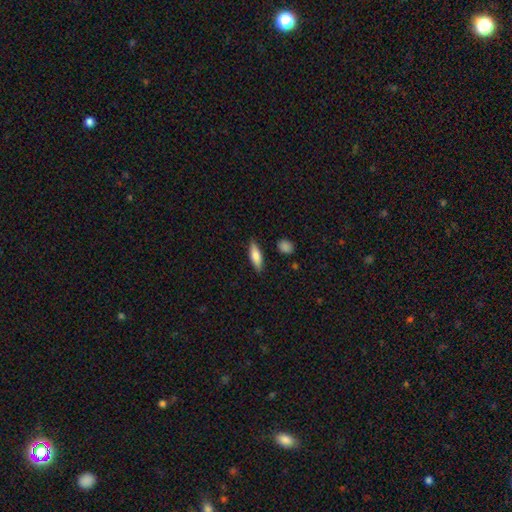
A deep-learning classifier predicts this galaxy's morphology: smooth_or_featured: smooth (p=0.70) [alt: featured or disk p=0.23]
how_rounded: cigar-shaped (p=0.49) [tied with: in between p=0.49]
merging: none (p=0.84) [alt: minor disturbance p=0.11]